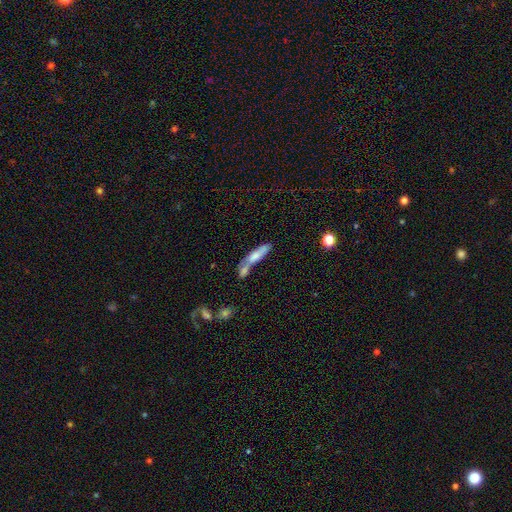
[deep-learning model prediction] Smooth or featured: smooth — 63% (featured or disk — 29%)
How rounded: cigar-shaped — 73% (in between — 24%)
Merging: merger — 54% (none — 26%)